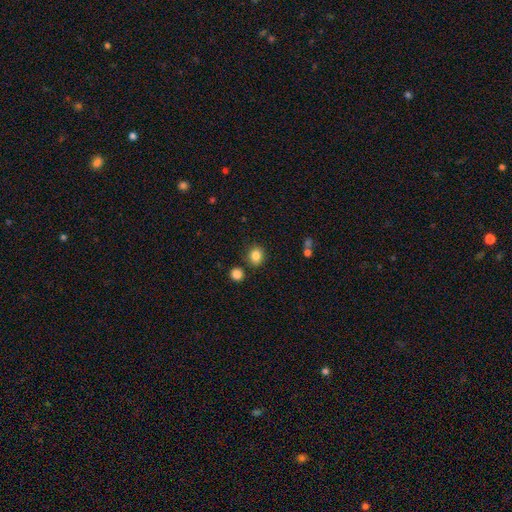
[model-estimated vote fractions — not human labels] smooth-or-featured: smooth: 85% | star or artifact: 11% | featured or disk: 5%
  how-rounded: round: 68% | in between: 31% | cigar-shaped: 1%
  merging: none: 82% | minor disturbance: 9% | merger: 6% | major disturbance: 3%